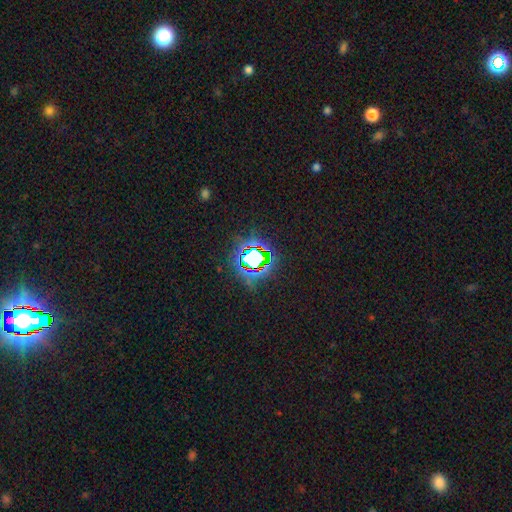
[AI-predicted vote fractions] smooth-or-featured: star or artifact: 74% | smooth: 15% | featured or disk: 10%